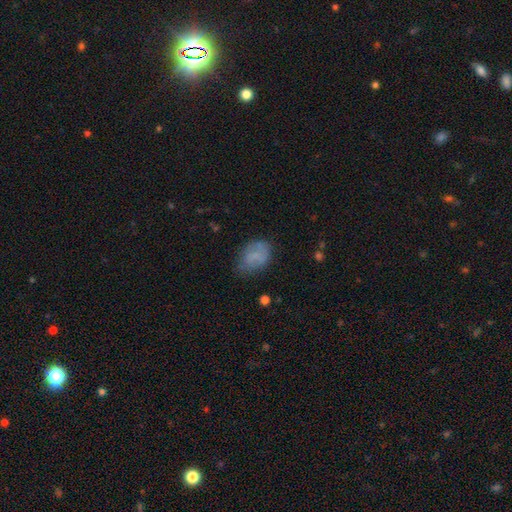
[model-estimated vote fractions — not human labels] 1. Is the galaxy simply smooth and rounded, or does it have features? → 71% smooth, 19% featured or disk, 10% star or artifact.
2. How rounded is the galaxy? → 79% in between, 19% round, 1% cigar-shaped.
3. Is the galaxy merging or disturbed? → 55% none, 31% minor disturbance, 11% major disturbance, 3% merger.